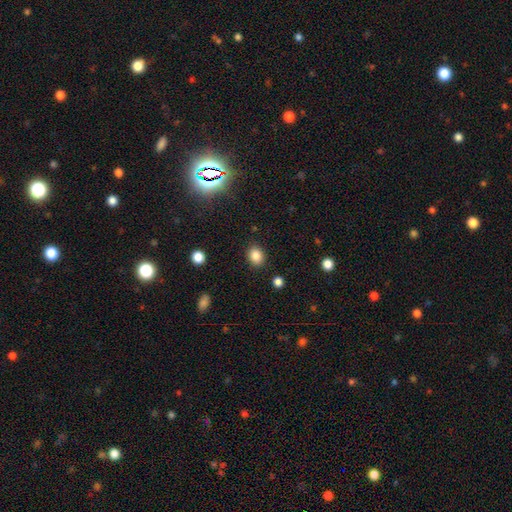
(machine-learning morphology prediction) smooth 85%, star or artifact 11%, featured or disk 5%. Down the decision tree: how rounded — round (56%); merging — none (88%).